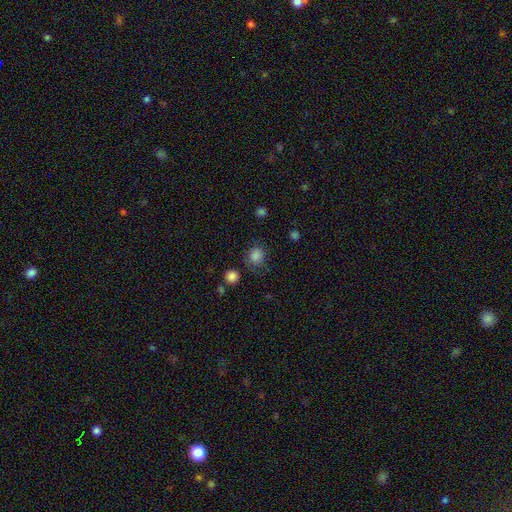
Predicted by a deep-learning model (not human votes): Morphology: type=smooth (82%); roundness=round (79%); merging=none (68%).